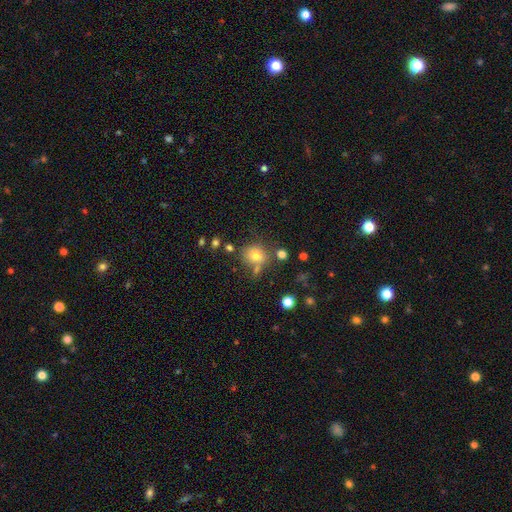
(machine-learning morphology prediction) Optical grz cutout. It shows a smooth galaxy with no disk features (75%) that is round (72%). Merging: none (64%).